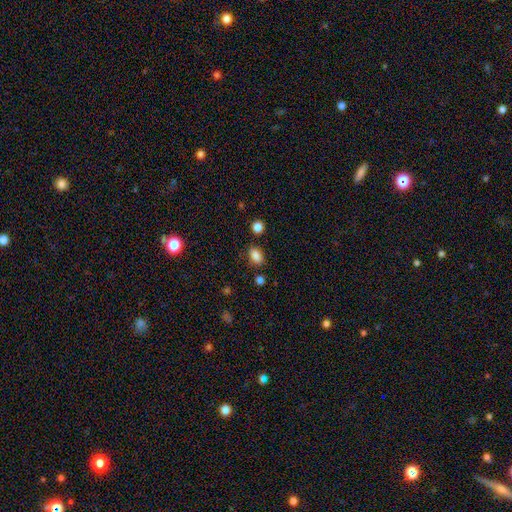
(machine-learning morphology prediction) Overall: smooth (85%). How rounded: in between (82%). Merging: none (79%).